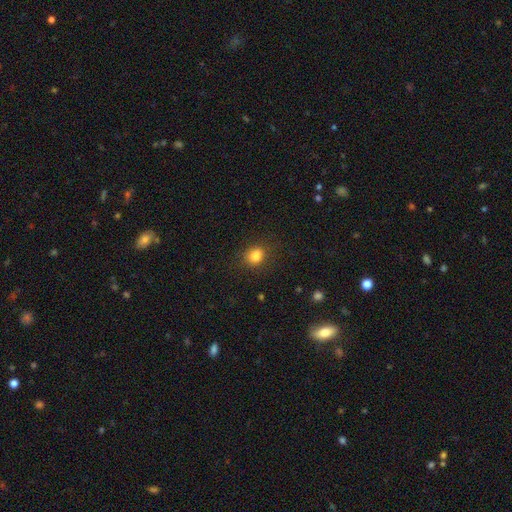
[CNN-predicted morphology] Smooth or featured?
  - smooth: 83% *
  - star or artifact: 12%
  - featured or disk: 5%
How rounded?
  - round: 50% *
  - in between: 49%
  - cigar-shaped: 1%
Merging?
  - none: 78% *
  - minor disturbance: 15%
  - major disturbance: 5%
  - merger: 2%